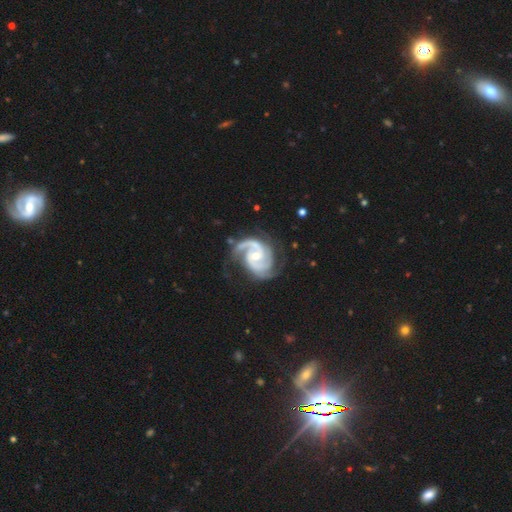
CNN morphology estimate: A featured or disk galaxy (94%) with no bar (54%), 2 (68%) medium (49%) spiral arms (99%) and a moderate central bulge (51%). Merging: none (68%).